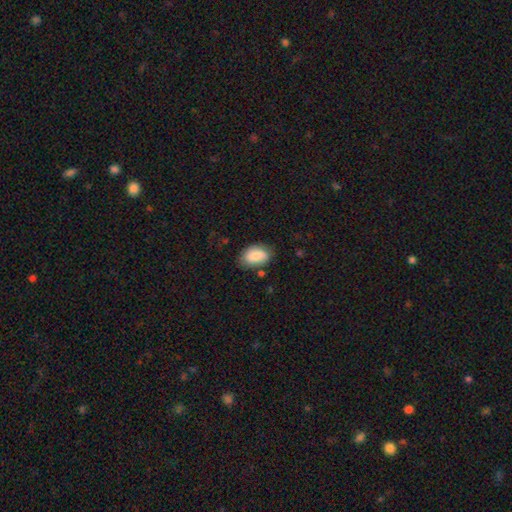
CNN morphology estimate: Q: Smooth or featured?
A: smooth (83%); runner-up: featured or disk (10%)
Q: How rounded?
A: in between (90%); runner-up: round (9%)
Q: Merging?
A: none (70%); runner-up: minor disturbance (22%)